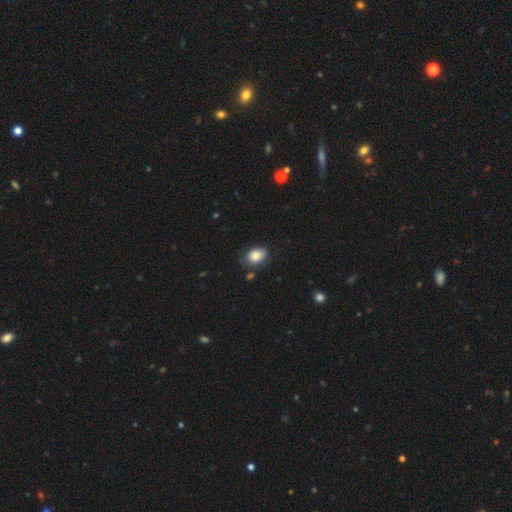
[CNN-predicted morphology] A smooth galaxy with no disk features (85%) that is in between round and cigar-shaped (74%).

Vote fractions:
- Smooth or featured? smooth: 85% / star or artifact: 8% / featured or disk: 8%
- How rounded? in between: 74% / round: 25% / cigar-shaped: 1%
- Merging? none: 69% / minor disturbance: 23% / major disturbance: 5% / merger: 3%